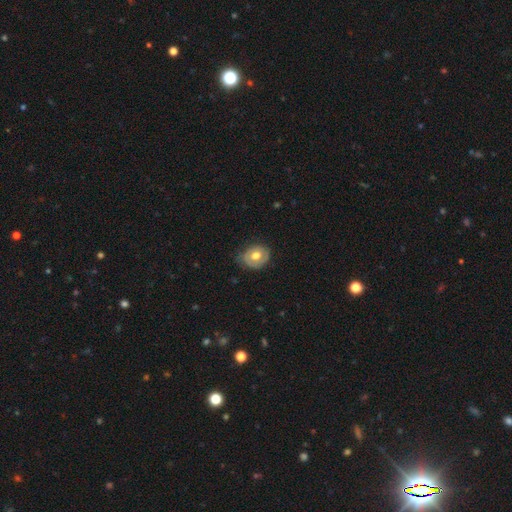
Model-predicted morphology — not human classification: The model was most divided on "how rounded": round: 57%, in between: 42%, cigar-shaped: 1%. More confident: merging — none (69%); smooth or featured — smooth (55%).